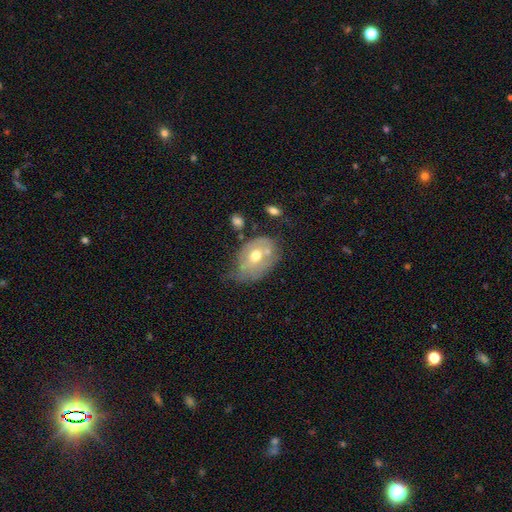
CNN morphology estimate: type=featured or disk (49%); merging=none (36%).